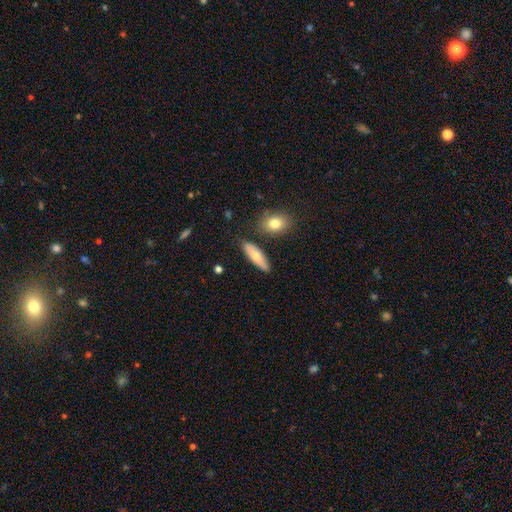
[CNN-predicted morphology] Smooth or featured? Predicted: smooth (p=0.67). How rounded? Predicted: in between (p=0.50). Merging? Predicted: none (p=0.81).